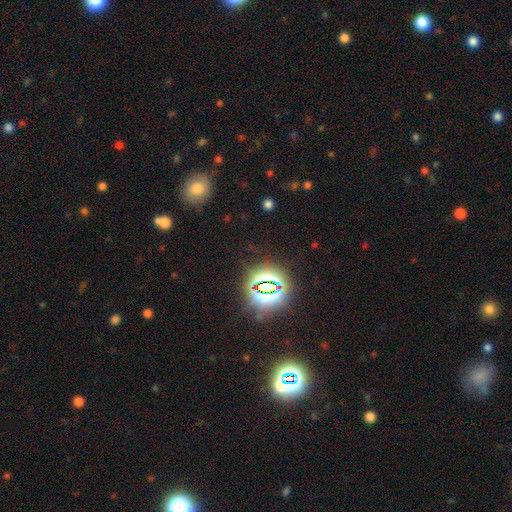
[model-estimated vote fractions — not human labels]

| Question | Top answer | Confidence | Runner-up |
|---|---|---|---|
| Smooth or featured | star or artifact | 75% | smooth (16%) |